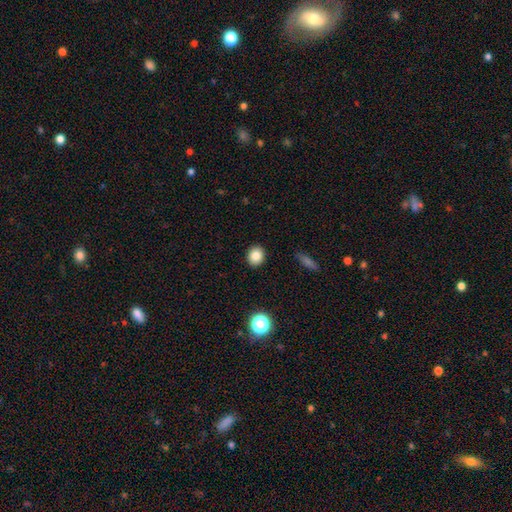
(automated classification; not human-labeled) A smooth galaxy with no disk features (84%) that is round (71%). Merging: none (91%).